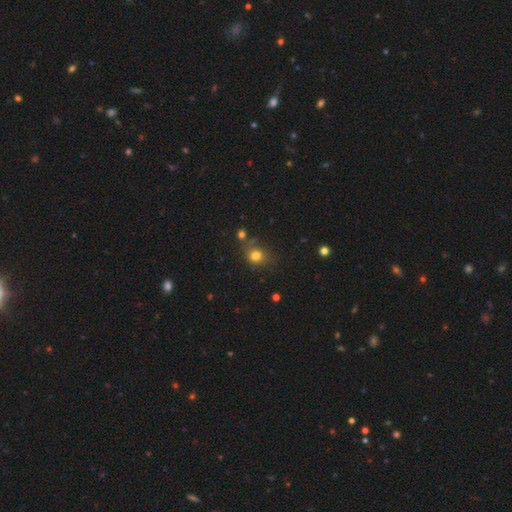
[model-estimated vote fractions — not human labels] Smooth or featured? smooth (77%)
How rounded? round (65%)
Merging? none (60%)